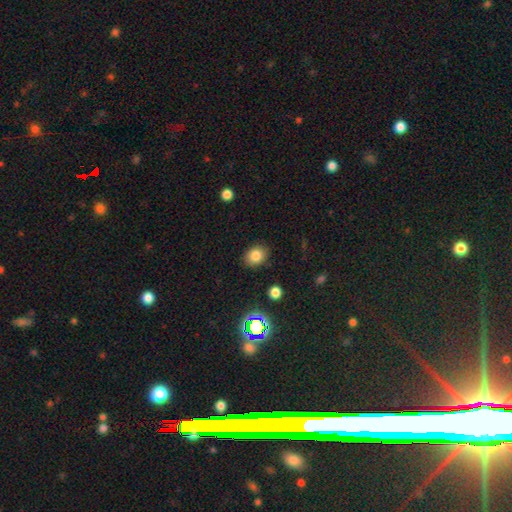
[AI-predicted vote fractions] Q: Smooth or featured?
A: smooth (81%); runner-up: star or artifact (13%)
Q: How rounded?
A: round (54%); runner-up: in between (45%)
Q: Merging?
A: none (87%); runner-up: minor disturbance (9%)